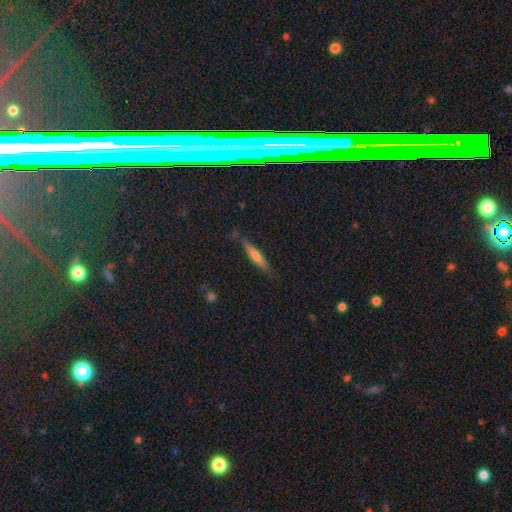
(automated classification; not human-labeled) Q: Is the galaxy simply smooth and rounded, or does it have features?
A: smooth — 47%.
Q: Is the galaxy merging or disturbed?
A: none — 81%.